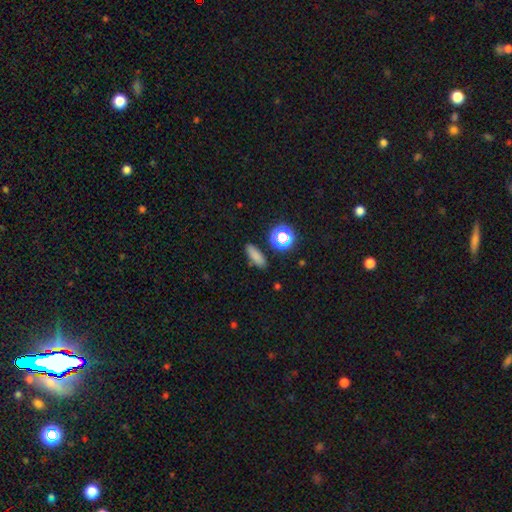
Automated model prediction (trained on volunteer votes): Morphology: type=smooth (78%); roundness=in between (57%); merging=none (85%).